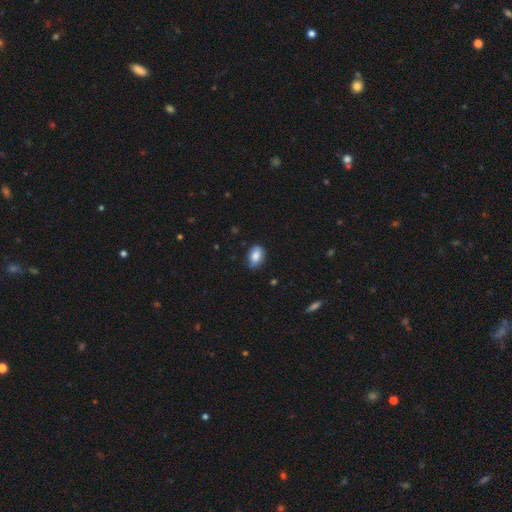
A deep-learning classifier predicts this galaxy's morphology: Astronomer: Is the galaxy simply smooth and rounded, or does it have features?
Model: smooth — 84%.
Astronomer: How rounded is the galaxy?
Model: in between — 89%.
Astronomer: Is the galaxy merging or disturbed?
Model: none — 80%.